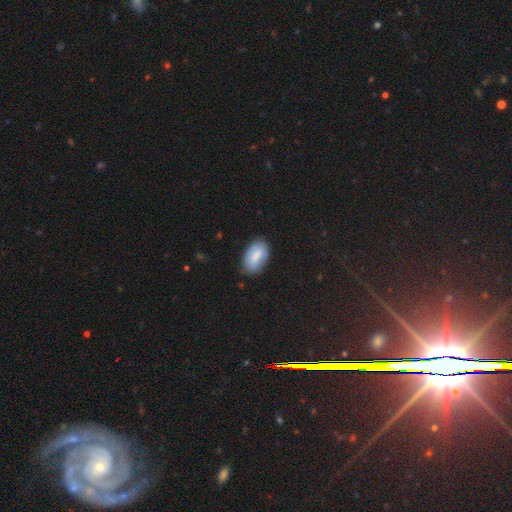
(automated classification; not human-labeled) The model was most divided on "merging": none: 76%, minor disturbance: 19%, major disturbance: 4%, merger: 1%. More confident: how rounded — in between (93%); smooth or featured — smooth (76%).